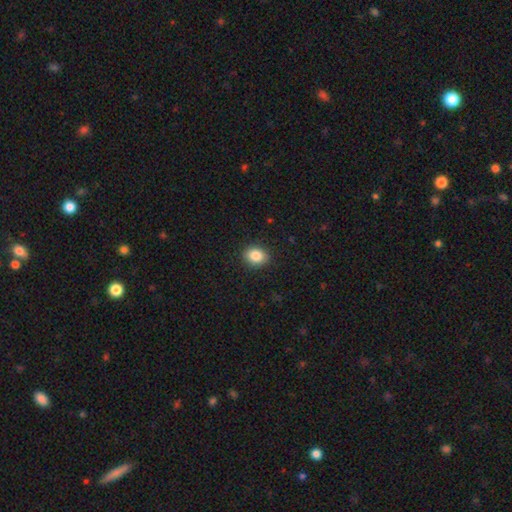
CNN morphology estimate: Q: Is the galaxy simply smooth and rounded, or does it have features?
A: smooth — 86%.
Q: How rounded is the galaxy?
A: in between — 50%.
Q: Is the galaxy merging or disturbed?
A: none — 90%.